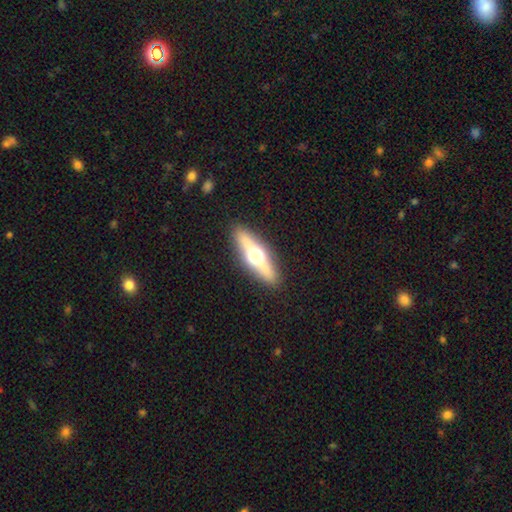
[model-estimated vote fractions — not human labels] Smooth or featured?
  - featured or disk: 59% *
  - smooth: 34%
  - star or artifact: 7%
Edge-on disk?
  - yes: 91% *
  - no: 9%
Edge-on bulge?
  - rounded: 96% *
  - boxy: 2%
  - none: 2%
Merging?
  - none: 90% *
  - minor disturbance: 7%
  - major disturbance: 2%
  - merger: 1%